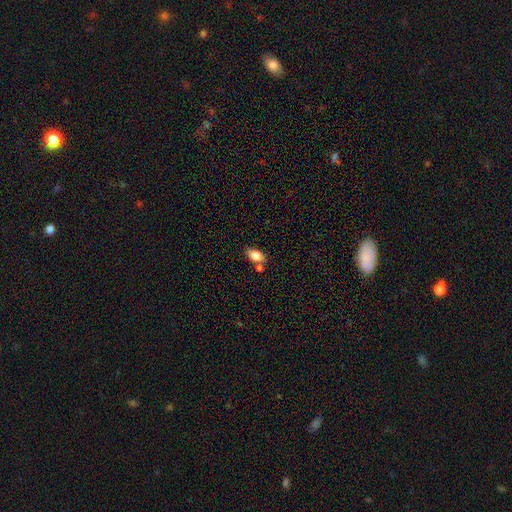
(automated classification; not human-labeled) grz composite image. It shows a smooth galaxy with no disk features (81%) that is in between round and cigar-shaped (90%). Merging: none (70%).